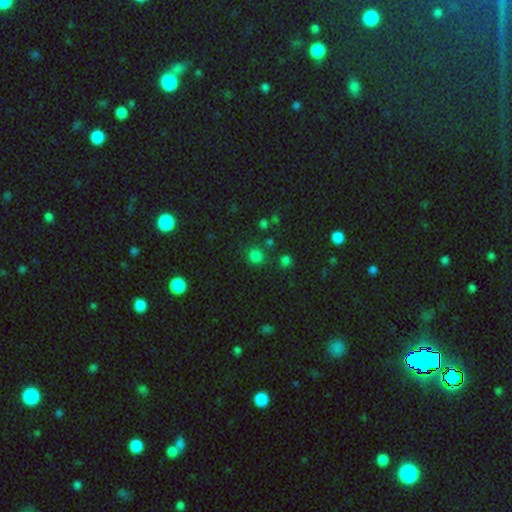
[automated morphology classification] Smooth or featured? Predicted: smooth (p=0.75). How rounded? Predicted: round (p=0.88). Merging? Predicted: none (p=0.80).